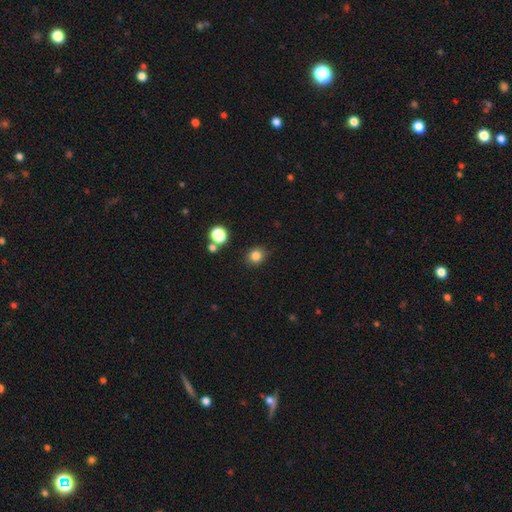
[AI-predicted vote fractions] A smooth galaxy with no disk features (82%) that is round (76%). Merging: none (85%).